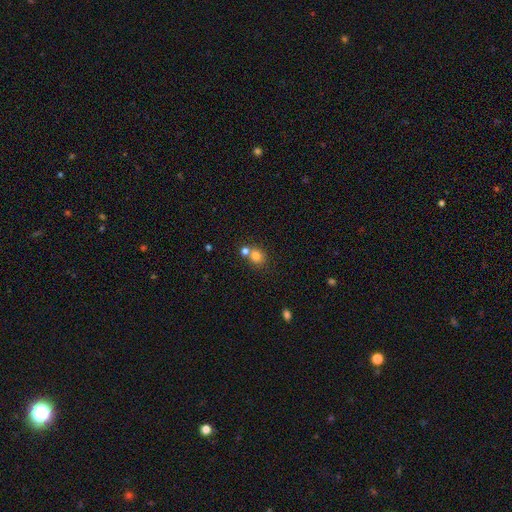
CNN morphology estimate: Smooth or featured? Predicted: smooth (p=0.79). How rounded? Predicted: round (p=0.74). Merging? Predicted: none (p=0.51).